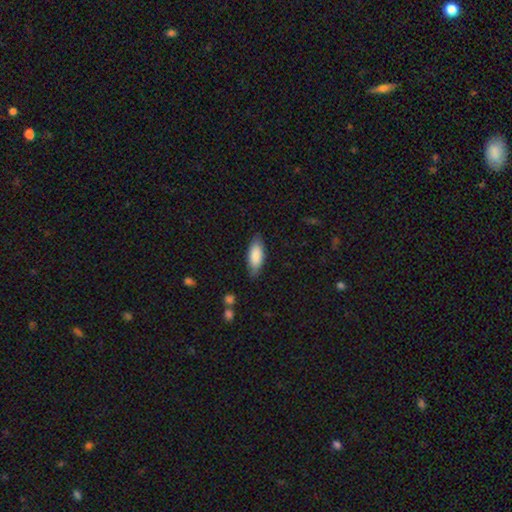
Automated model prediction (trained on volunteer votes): A smooth galaxy with no disk features (85%) that is in between round and cigar-shaped (76%). Merging: none (81%).